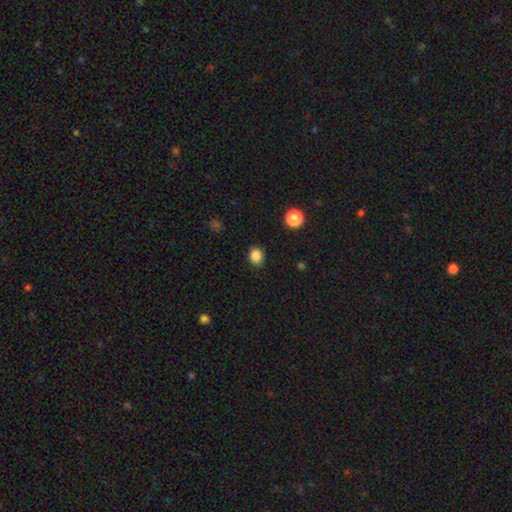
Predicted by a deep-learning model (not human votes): Smooth or featured? Predicted: smooth (p=0.86). How rounded? Predicted: round (p=0.67). Merging? Predicted: none (p=0.88).